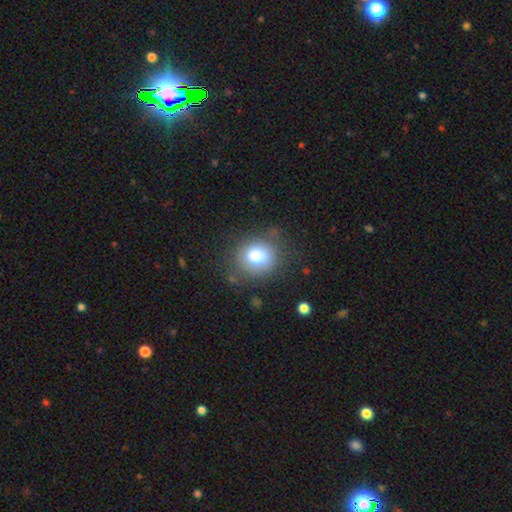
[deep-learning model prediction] Smooth or featured? Predicted: smooth (p=0.79). How rounded? Predicted: round (p=0.77). Merging? Predicted: none (p=0.68).